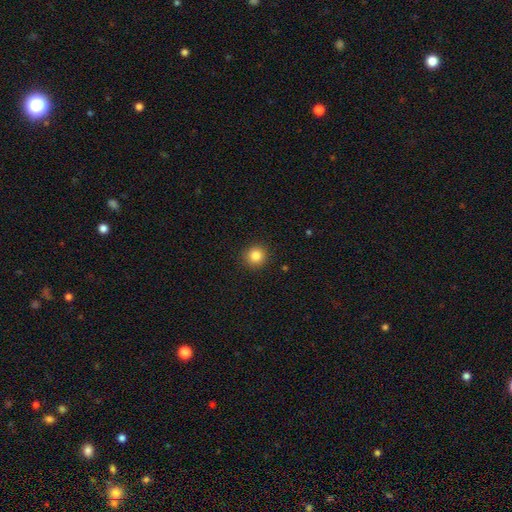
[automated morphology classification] smooth_or_featured: smooth (p=0.84) [alt: star or artifact p=0.11]
how_rounded: round (p=0.93) [alt: in between p=0.06]
merging: none (p=0.91) [alt: minor disturbance p=0.06]